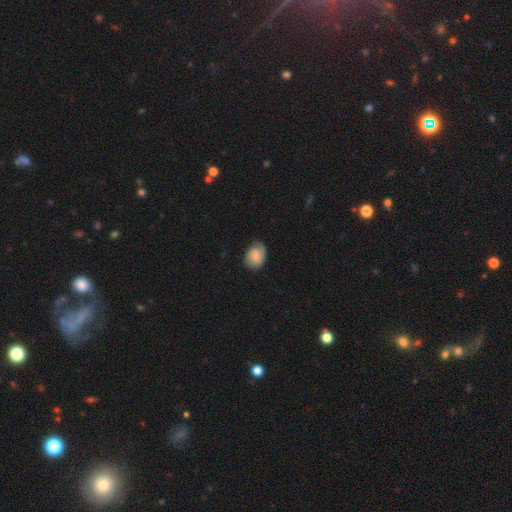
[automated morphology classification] This is possibly a smooth galaxy (58%). How rounded: likely in between (67%). Merging: possibly none (58%).